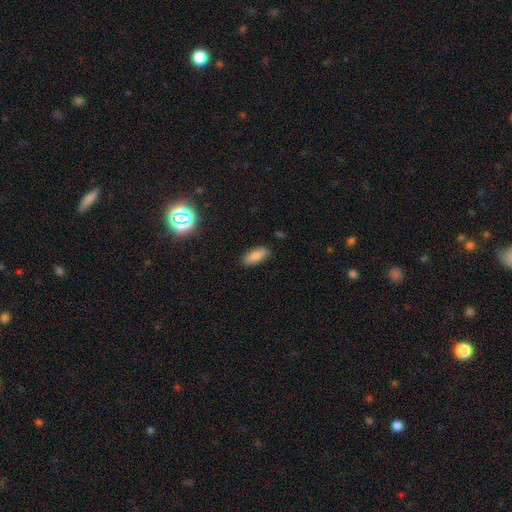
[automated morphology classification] smooth-or-featured: smooth: 78% | featured or disk: 13% | star or artifact: 8%
  how-rounded: in between: 72% | cigar-shaped: 25% | round: 3%
  merging: none: 87% | minor disturbance: 10% | major disturbance: 2% | merger: 1%